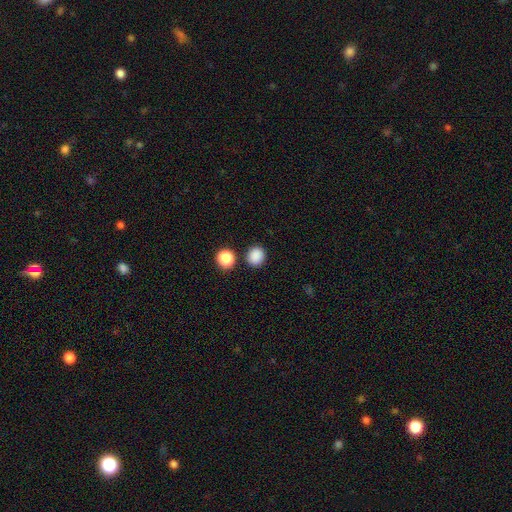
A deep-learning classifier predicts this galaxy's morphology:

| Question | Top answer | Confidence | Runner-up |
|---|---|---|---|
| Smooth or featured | smooth | 86% | star or artifact (11%) |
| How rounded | round | 84% | in between (15%) |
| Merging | none | 85% | minor disturbance (7%) |